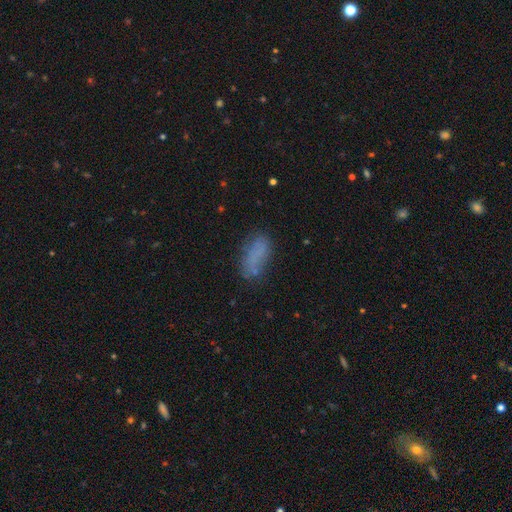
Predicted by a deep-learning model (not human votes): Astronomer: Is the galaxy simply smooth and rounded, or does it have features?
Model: smooth — 70%.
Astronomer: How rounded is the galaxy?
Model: in between — 79%.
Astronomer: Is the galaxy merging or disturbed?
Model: none — 62%.